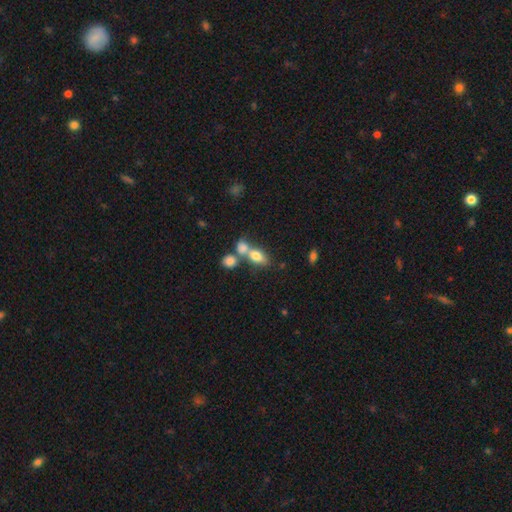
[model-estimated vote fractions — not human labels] smooth 74%, featured or disk 16%, star or artifact 10%. Down the decision tree: how rounded — in between (78%); merging — merger (52%).